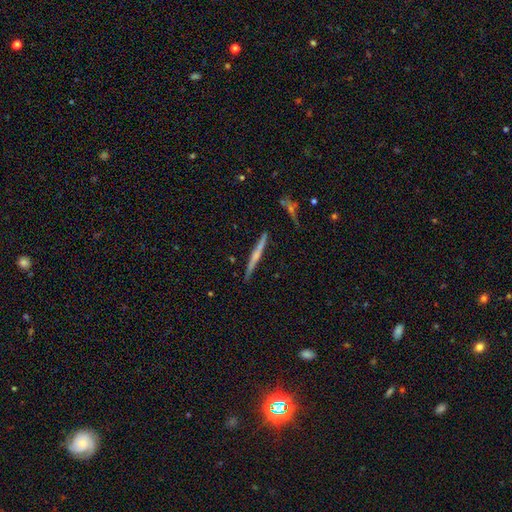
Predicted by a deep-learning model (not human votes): This appears to be a featured or disk galaxy (66%) viewed edge-on (97%) with a rounded central bulge (50%). Merging: none (88%).